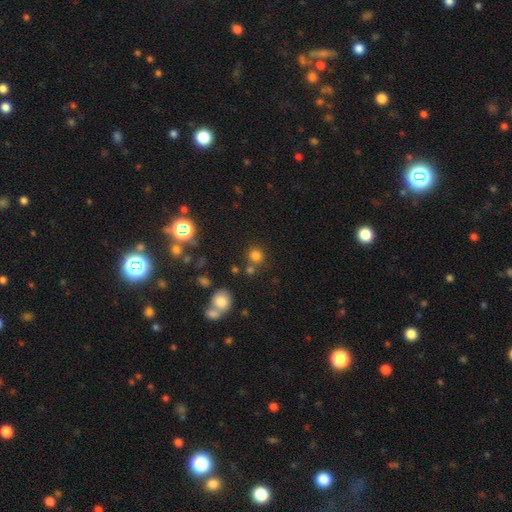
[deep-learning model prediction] smooth 76%, star or artifact 18%, featured or disk 6%. Down the decision tree: how rounded — round (89%); merging — none (72%).